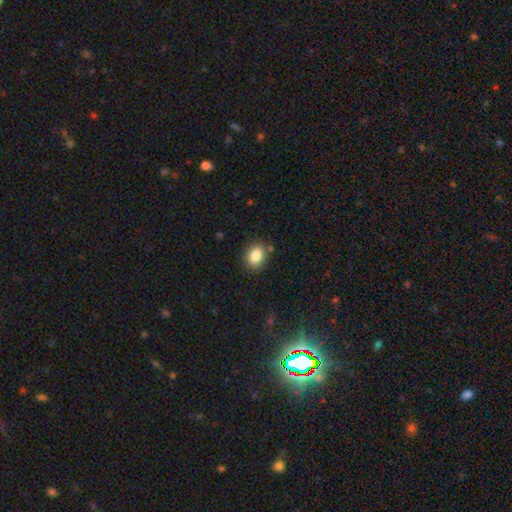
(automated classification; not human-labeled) Smooth or featured?
  - smooth: 85% *
  - star or artifact: 9%
  - featured or disk: 6%
How rounded?
  - in between: 62% *
  - round: 37%
  - cigar-shaped: 1%
Merging?
  - none: 84% *
  - minor disturbance: 11%
  - major disturbance: 3%
  - merger: 3%